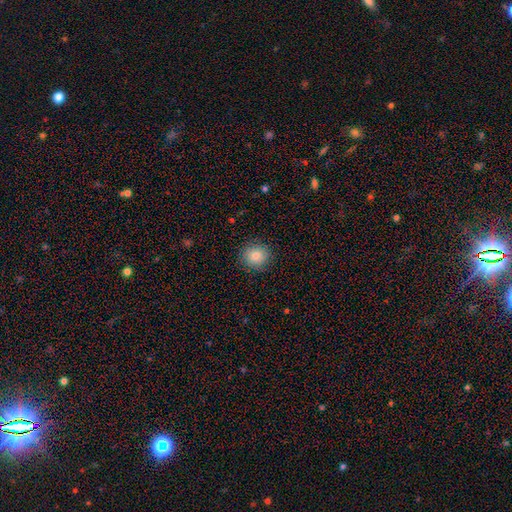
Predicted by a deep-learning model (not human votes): Smooth or featured?
  - smooth: 82% *
  - star or artifact: 10%
  - featured or disk: 8%
How rounded?
  - round: 91% *
  - in between: 8%
  - cigar-shaped: 1%
Merging?
  - none: 89% *
  - minor disturbance: 7%
  - major disturbance: 2%
  - merger: 1%